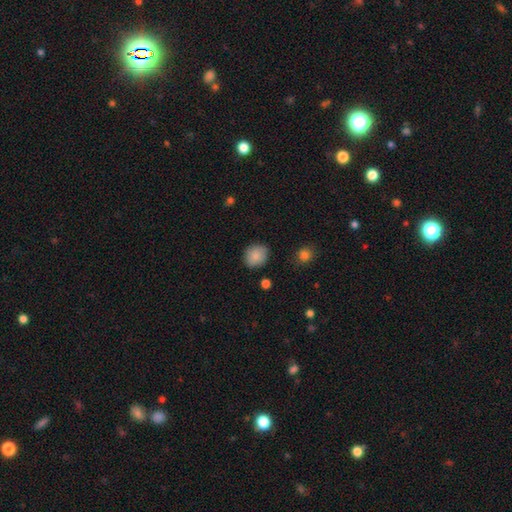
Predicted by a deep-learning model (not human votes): Q: Smooth or featured?
A: smooth (86%); runner-up: star or artifact (8%)
Q: How rounded?
A: round (69%); runner-up: in between (30%)
Q: Merging?
A: none (83%); runner-up: minor disturbance (12%)